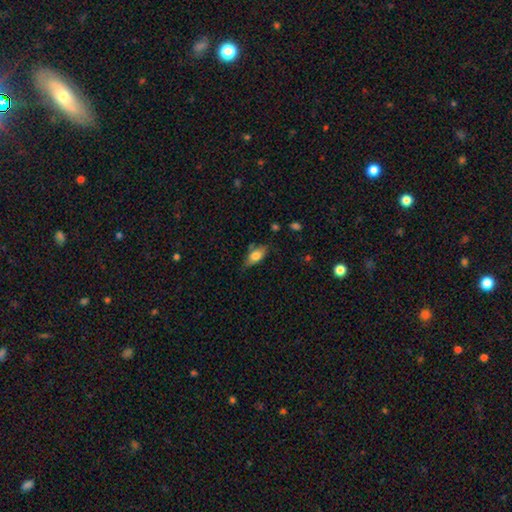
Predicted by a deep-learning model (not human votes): This is likely a smooth galaxy (74%). How rounded: clearly in between (85%). Merging: likely none (68%).